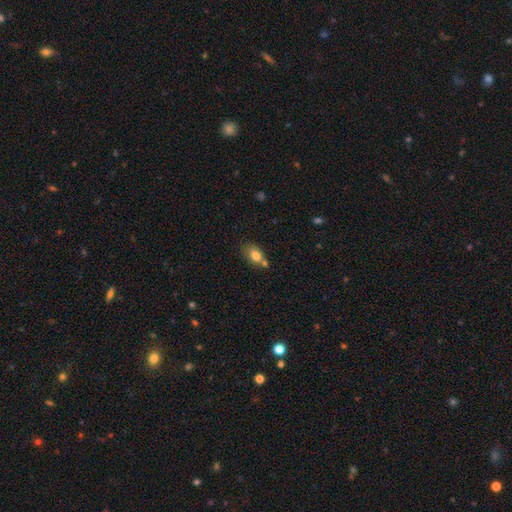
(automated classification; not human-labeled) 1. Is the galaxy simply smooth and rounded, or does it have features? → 78% smooth, 13% featured or disk, 9% star or artifact.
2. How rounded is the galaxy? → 85% in between, 11% round, 4% cigar-shaped.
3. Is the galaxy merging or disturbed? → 51% none, 25% merger, 19% minor disturbance, 6% major disturbance.